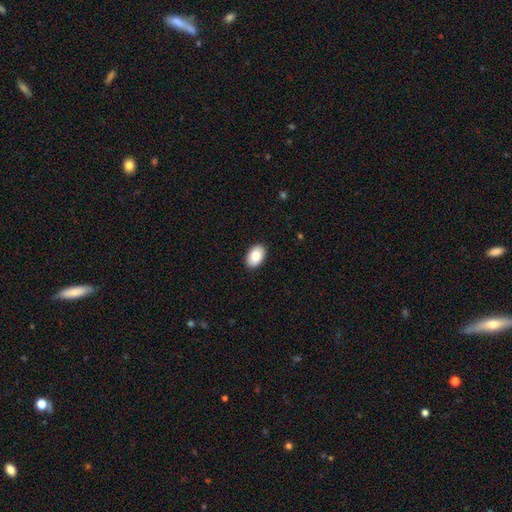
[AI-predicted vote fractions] Smooth or featured? smooth (81%)
How rounded? in between (89%)
Merging? none (90%)